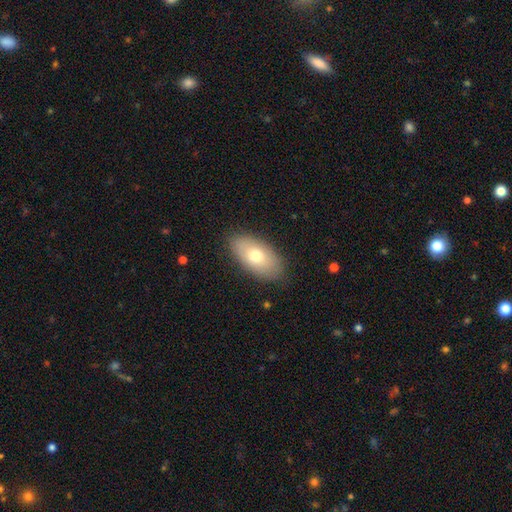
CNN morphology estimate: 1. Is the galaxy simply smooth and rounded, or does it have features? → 70% smooth, 23% featured or disk, 7% star or artifact.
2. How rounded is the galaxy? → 93% in between, 4% round, 3% cigar-shaped.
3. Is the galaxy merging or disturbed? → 85% none, 11% minor disturbance, 3% major disturbance, 1% merger.